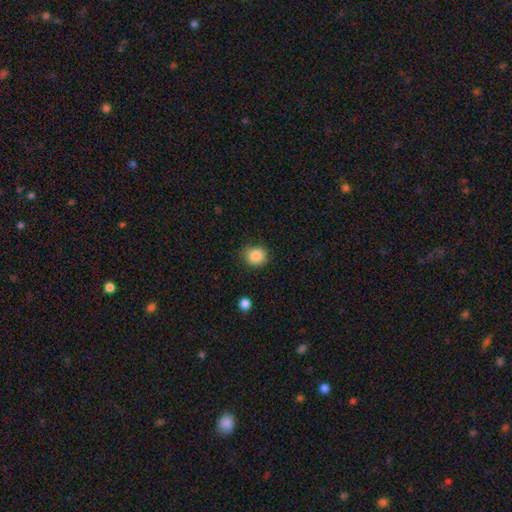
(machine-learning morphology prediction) smooth 87%, star or artifact 9%, featured or disk 3%. Down the decision tree: how rounded — round (85%); merging — none (83%).